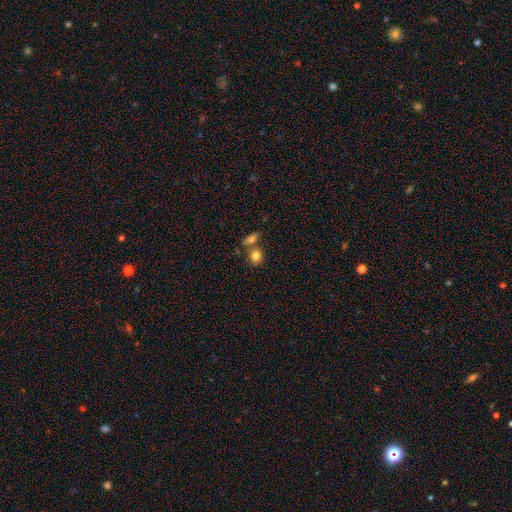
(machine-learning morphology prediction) Smooth or featured? Predicted: smooth (p=0.81). How rounded? Predicted: round (p=0.55). Merging? Predicted: none (p=0.52).